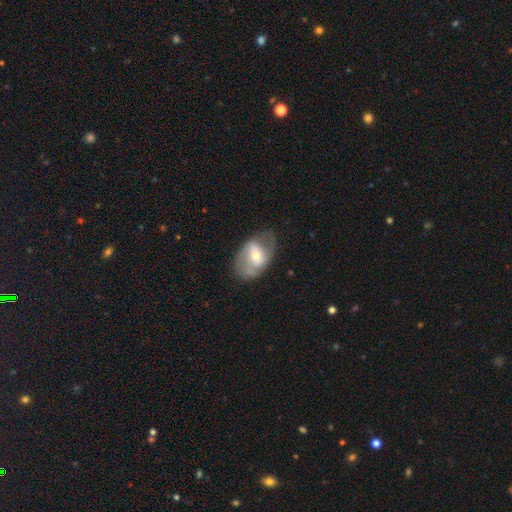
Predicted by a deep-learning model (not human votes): Overall: featured or disk (63%; smooth 31%). Edge-on disk: no (94%). Bar: weak (40%; no 35%). Spiral arms: yes (71%). Bulge size: moderate (56%; small 37%). Merging: none (64%).